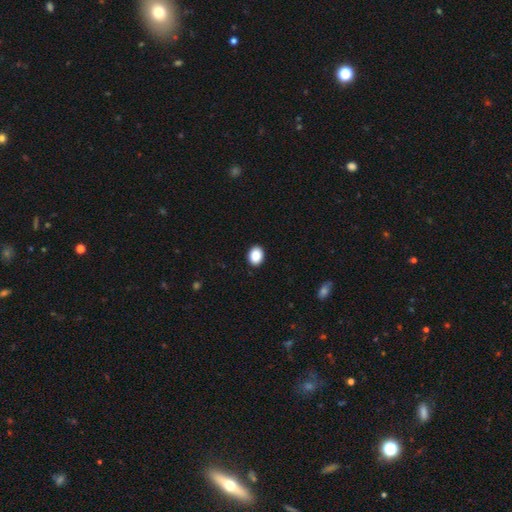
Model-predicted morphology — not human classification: This is clearly a smooth galaxy (90%). How rounded: possibly in between (60%). Merging: clearly none (91%).